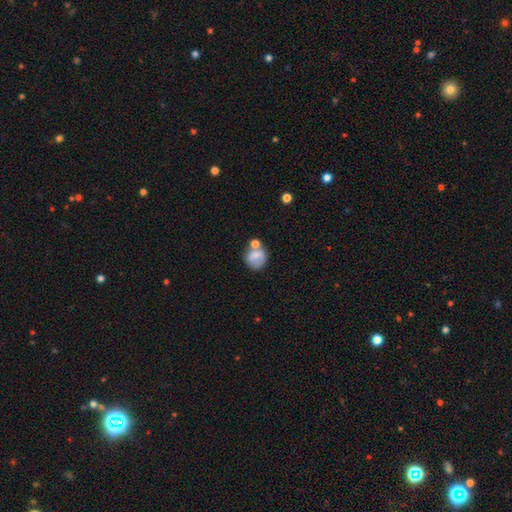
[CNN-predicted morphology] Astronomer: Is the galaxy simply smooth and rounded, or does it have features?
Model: smooth — 75%.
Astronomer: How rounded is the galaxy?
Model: round — 78%.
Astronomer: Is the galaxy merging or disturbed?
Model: none — 49% (runner-up: merger, 26%).